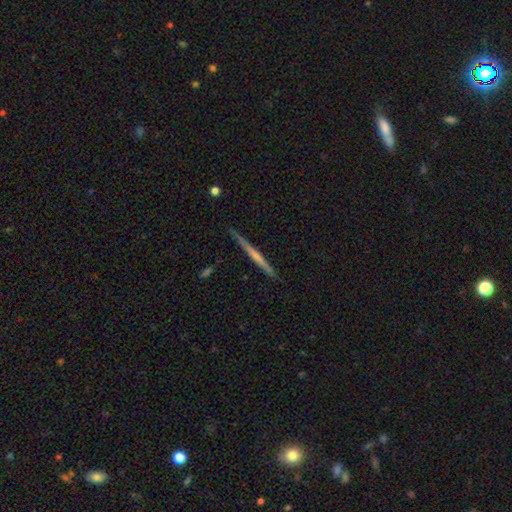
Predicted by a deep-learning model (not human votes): Smooth or featured?
  - featured or disk: 71% *
  - smooth: 21%
  - star or artifact: 9%
Edge-on disk?
  - yes: 98% *
  - no: 2%
Edge-on bulge?
  - rounded: 50% *
  - none: 40%
  - boxy: 10%
Merging?
  - none: 90% *
  - minor disturbance: 7%
  - major disturbance: 2%
  - merger: 1%